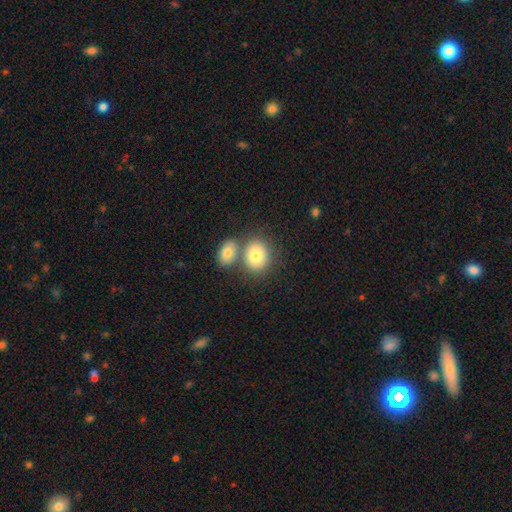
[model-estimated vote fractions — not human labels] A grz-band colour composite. It shows a smooth galaxy with no disk features (79%) that is round (54%). Merging: none (54%).